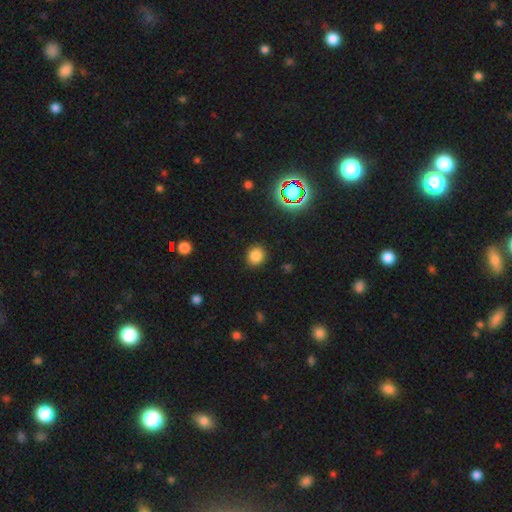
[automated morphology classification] This appears to be a smooth galaxy with no disk features (81%) that is round (83%). Merging: none (89%).